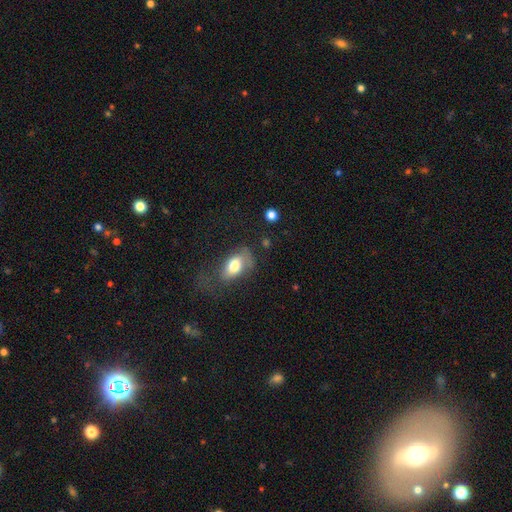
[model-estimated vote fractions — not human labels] A smooth galaxy with no disk features (37%). Merging: none (69%).